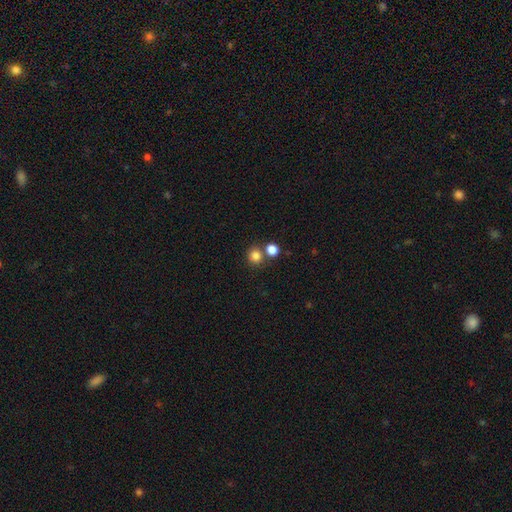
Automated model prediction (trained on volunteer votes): This is clearly a smooth galaxy (82%). How rounded: clearly round (87%). Merging: likely none (65%).